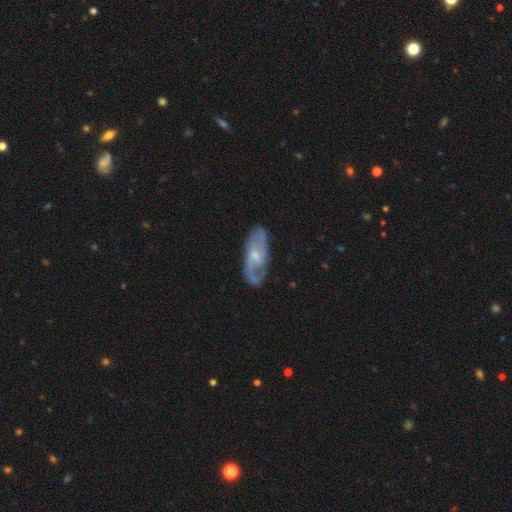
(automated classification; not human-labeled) Smooth or featured?
  - featured or disk: 79% *
  - smooth: 16%
  - star or artifact: 6%
Edge-on disk?
  - no: 92% *
  - yes: 8%
Bar?
  - no: 53% *
  - weak: 40%
  - strong: 7%
Spiral arms?
  - yes: 91% *
  - no: 9%
Spiral winding?
  - medium: 48% *
  - tight: 29%
  - loose: 23%
Spiral arm count?
  - 2: 67% *
  - can't tell: 17%
  - 3: 6%
  - 1: 6%
  - 4: 2%
  - more than 4: 2%
Bulge size?
  - small: 53% *
  - moderate: 39%
  - none: 5%
  - large: 2%
  - dominant: 1%
Merging?
  - none: 75% *
  - minor disturbance: 17%
  - major disturbance: 6%
  - merger: 2%